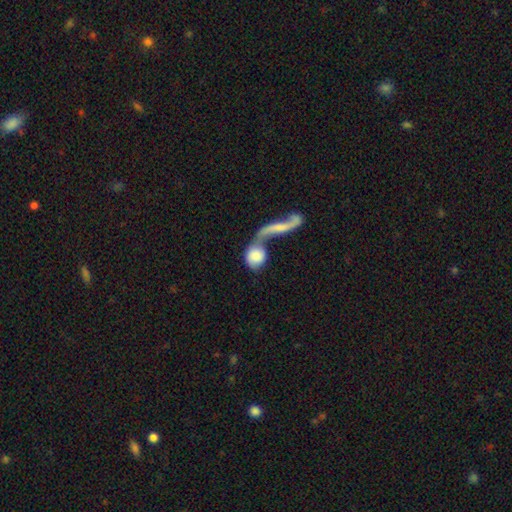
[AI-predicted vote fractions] A smooth galaxy with no disk features (71%) that is round (59%).

Vote fractions:
- Smooth or featured? smooth: 71% / featured or disk: 22% / star or artifact: 7%
- How rounded? round: 59% / in between: 34% / cigar-shaped: 8%
- Merging? merger: 63% / none: 19% / major disturbance: 10% / minor disturbance: 8%